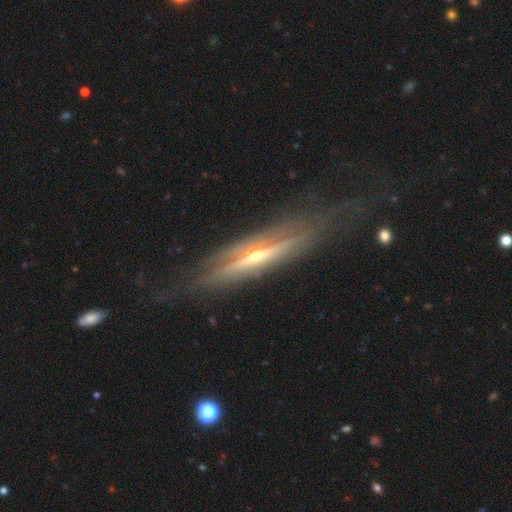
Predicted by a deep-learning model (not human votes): Smooth or featured?
  - featured or disk: 82% *
  - smooth: 12%
  - star or artifact: 6%
Edge-on disk?
  - yes: 87% *
  - no: 13%
Edge-on bulge?
  - rounded: 80% *
  - none: 16%
  - boxy: 4%
Merging?
  - none: 63% *
  - minor disturbance: 22%
  - major disturbance: 13%
  - merger: 2%